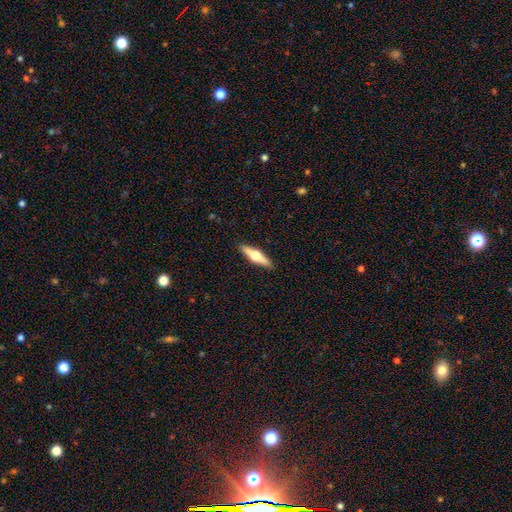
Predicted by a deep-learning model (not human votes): The model was most divided on "smooth or featured": featured or disk: 57%, smooth: 38%, star or artifact: 5%. More confident: edge-on disk — yes (95%); edge-on bulge — rounded (95%); merging — none (91%).